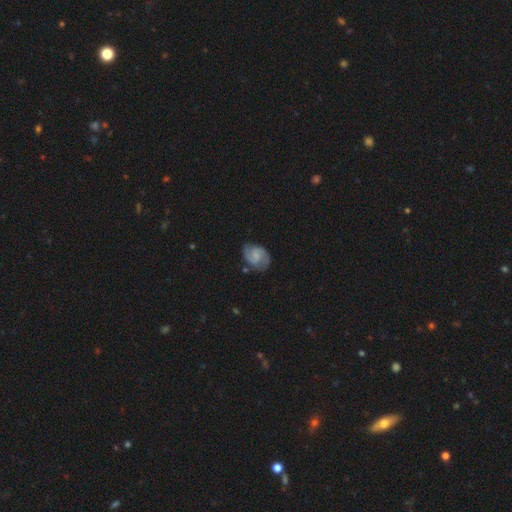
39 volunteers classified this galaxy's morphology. Smooth or featured? 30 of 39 (77%) said featured or disk. Edge-on disk? 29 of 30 (97%) said no. Bar? 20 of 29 (69%) said no. Spiral arms? 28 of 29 (97%) said yes. Spiral winding? 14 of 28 (50%) said medium. Spiral arm count? 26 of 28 (93%) said 2. Bulge size? 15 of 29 (52%) said none. Merging? 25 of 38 (66%) said none.